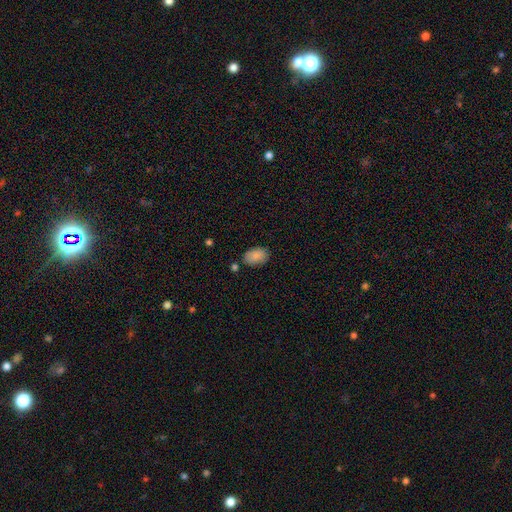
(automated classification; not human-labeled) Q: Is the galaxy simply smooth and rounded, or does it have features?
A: smooth — 88%.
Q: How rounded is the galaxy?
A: in between — 88%.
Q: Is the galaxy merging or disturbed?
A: none — 78%.